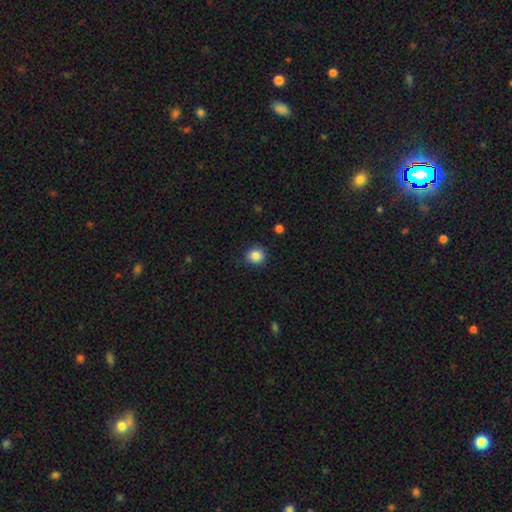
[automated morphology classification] smooth 85%, star or artifact 10%, featured or disk 4%. Down the decision tree: how rounded — round (85%); merging — none (86%).